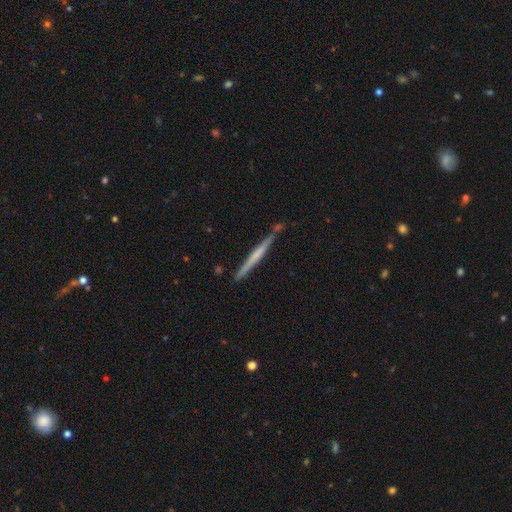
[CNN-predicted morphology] Smooth or featured: featured or disk — 59% (smooth — 35%)
Edge-on disk: yes — 98% (no — 2%)
Edge-on bulge: none — 64% (rounded — 24%)
Merging: none — 83% (minor disturbance — 11%)